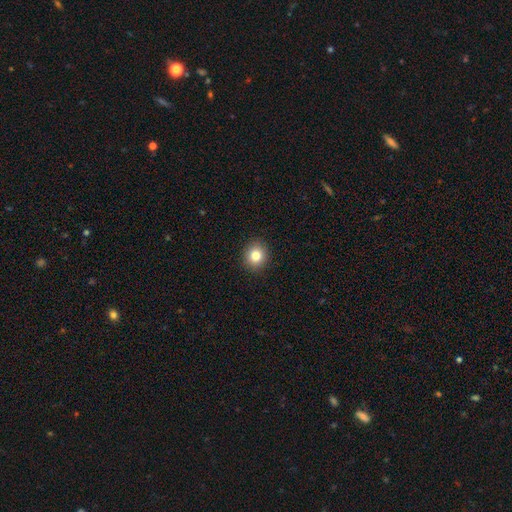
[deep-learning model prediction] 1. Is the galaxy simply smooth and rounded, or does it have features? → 82% smooth, 11% star or artifact, 7% featured or disk.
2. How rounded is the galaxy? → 85% round, 14% in between, 1% cigar-shaped.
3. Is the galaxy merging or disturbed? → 91% none, 6% minor disturbance, 2% major disturbance, 1% merger.